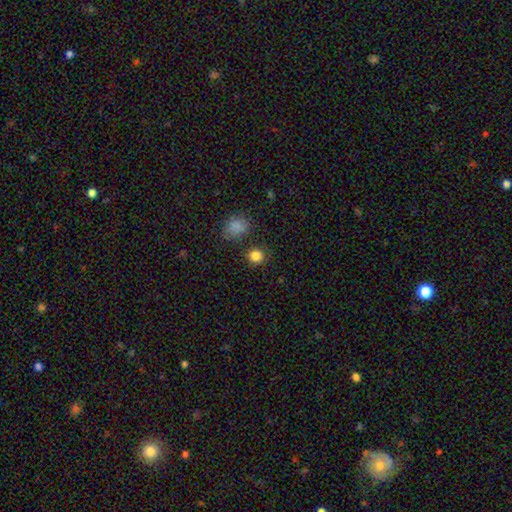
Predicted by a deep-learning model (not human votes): Morphology: type=smooth (84%); roundness=round (84%); merging=none (83%).